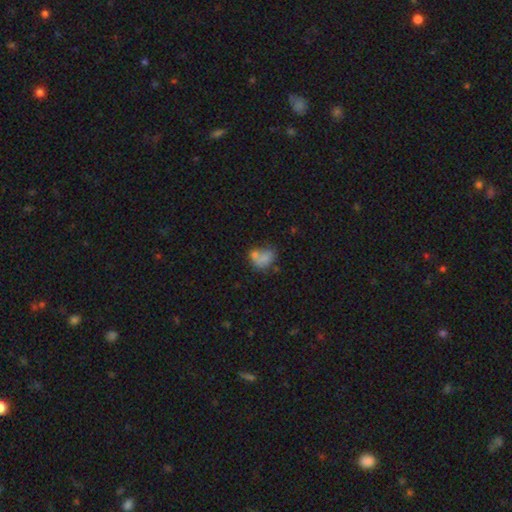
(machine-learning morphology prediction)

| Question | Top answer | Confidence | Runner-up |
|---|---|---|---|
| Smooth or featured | smooth | 71% | featured or disk (17%) |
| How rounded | in between | 69% | round (29%) |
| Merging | merger | 41% | none (31%) |